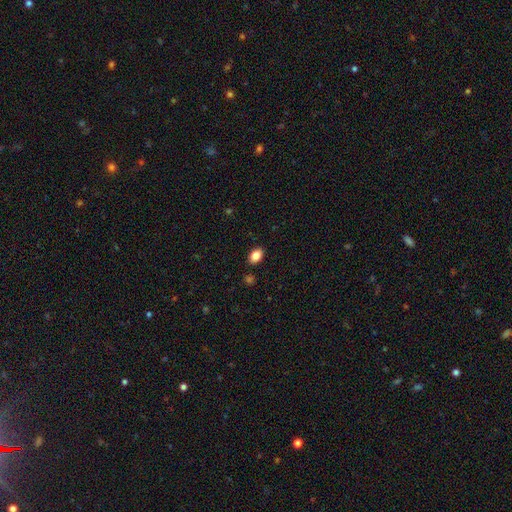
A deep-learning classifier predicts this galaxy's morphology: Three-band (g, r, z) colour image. It shows a smooth galaxy with no disk features (84%) that is in between round and cigar-shaped (89%). Merging: none (87%).